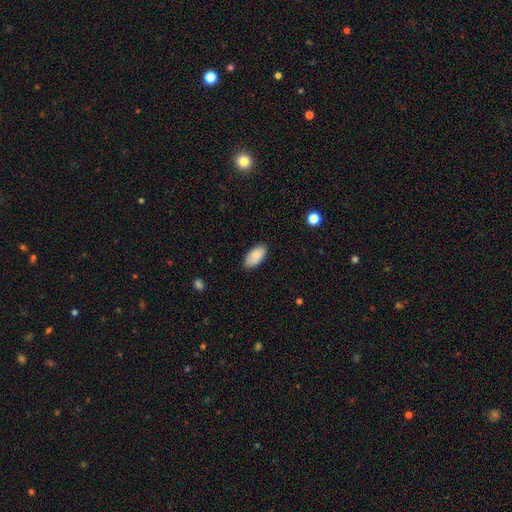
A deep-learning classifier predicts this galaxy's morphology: smooth-or-featured: smooth: 87% | featured or disk: 7% | star or artifact: 6%
  how-rounded: in between: 94% | cigar-shaped: 4% | round: 2%
  merging: none: 84% | minor disturbance: 13% | major disturbance: 2% | merger: 1%